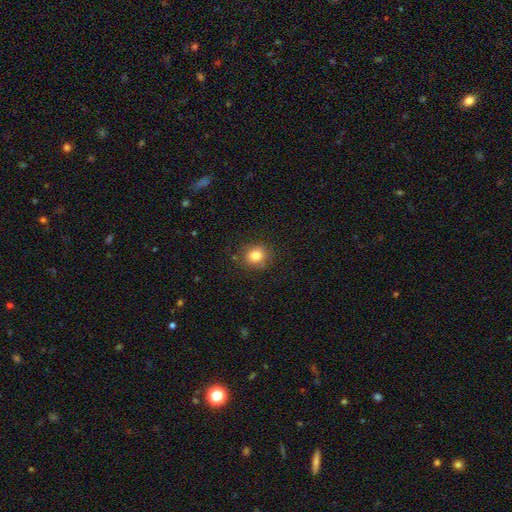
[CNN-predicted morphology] Overall: smooth (82%). How rounded: round (80%). Merging: none (85%).